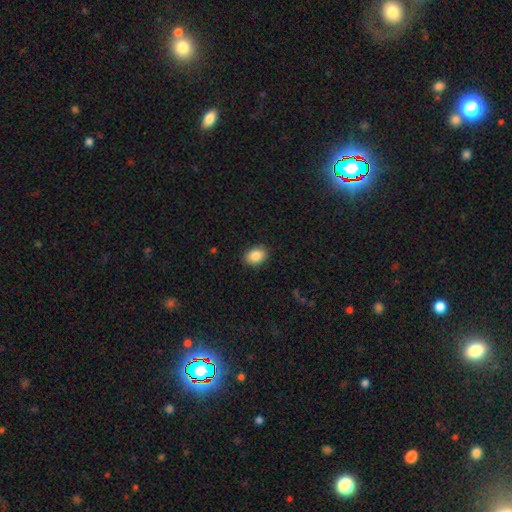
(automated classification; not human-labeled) A smooth galaxy with no disk features (88%) that is in between round and cigar-shaped (73%). Merging: none (89%).